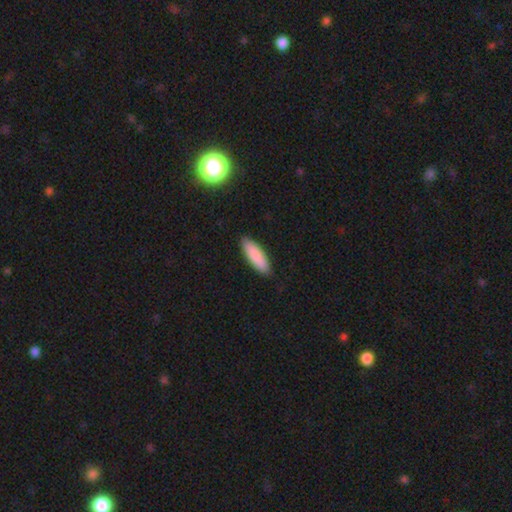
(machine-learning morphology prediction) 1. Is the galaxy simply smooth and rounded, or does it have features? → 88% smooth, 6% featured or disk, 5% star or artifact.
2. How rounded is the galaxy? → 49% in between (tied), 49% cigar-shaped (tied), 2% round.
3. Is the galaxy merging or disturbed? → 89% none, 8% minor disturbance, 2% major disturbance, 1% merger.